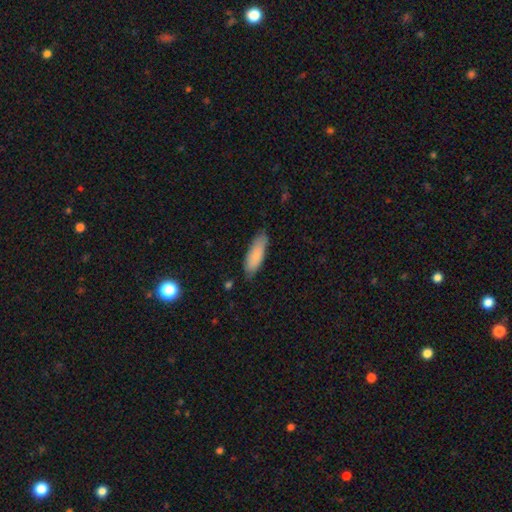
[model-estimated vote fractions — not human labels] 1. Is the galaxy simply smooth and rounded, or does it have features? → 85% smooth, 9% featured or disk, 6% star or artifact.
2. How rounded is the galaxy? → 56% in between, 42% cigar-shaped, 1% round.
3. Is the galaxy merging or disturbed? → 79% none, 17% minor disturbance, 3% major disturbance, 1% merger.